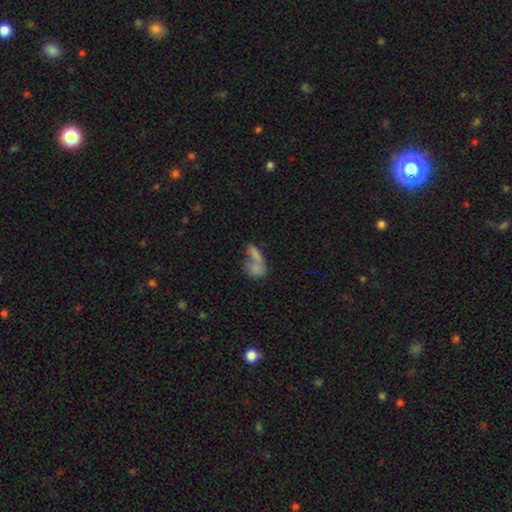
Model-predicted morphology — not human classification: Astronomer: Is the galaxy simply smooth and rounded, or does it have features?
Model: smooth — 66%.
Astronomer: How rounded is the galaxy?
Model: in between — 62%.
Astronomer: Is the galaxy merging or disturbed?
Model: merger — 55% (runner-up: none, 30%).